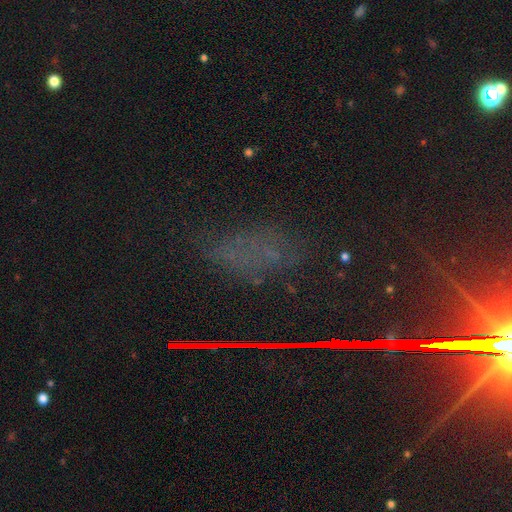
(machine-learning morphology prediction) Smooth or featured?
  - star or artifact: 62% *
  - smooth: 22%
  - featured or disk: 16%